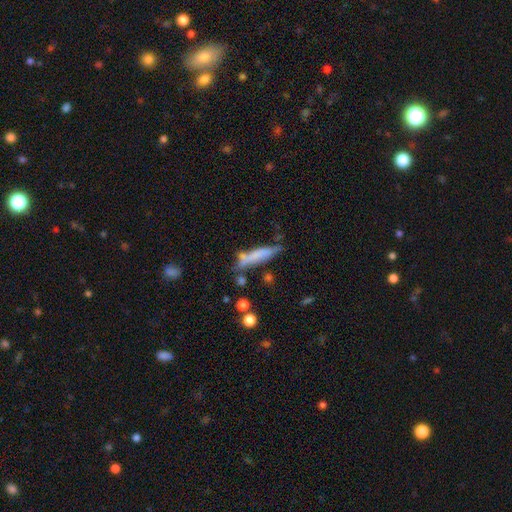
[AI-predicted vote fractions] smooth 62%, featured or disk 28%, star or artifact 9%. Down the decision tree: how rounded — cigar-shaped (82%); merging — none (52%).